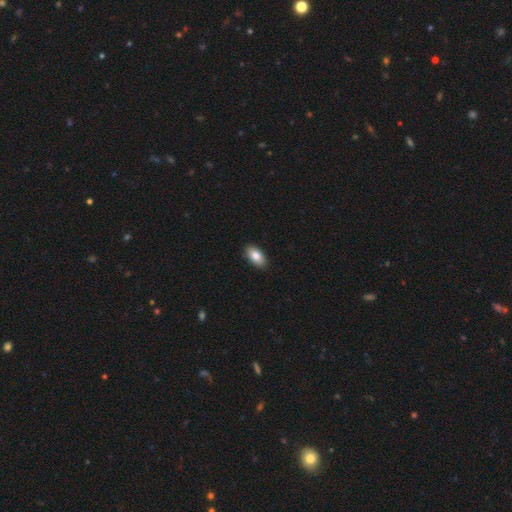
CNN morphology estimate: smooth_or_featured: smooth (p=0.83) [alt: featured or disk p=0.10]
how_rounded: in between (p=0.93) [alt: round p=0.04]
merging: none (p=0.90) [alt: minor disturbance p=0.08]